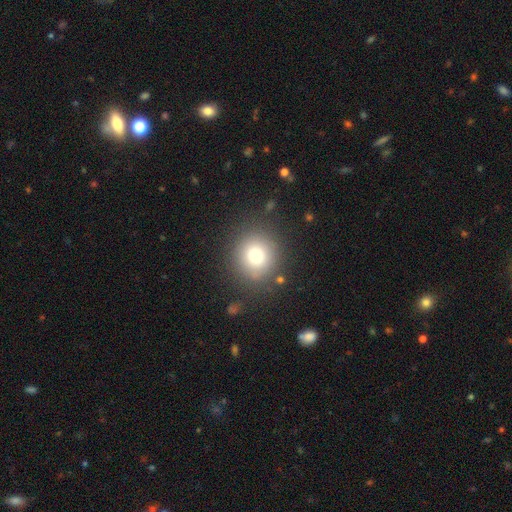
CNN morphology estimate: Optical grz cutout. It shows a smooth galaxy with no disk features (76%) that is round (90%). Merging: none (85%).